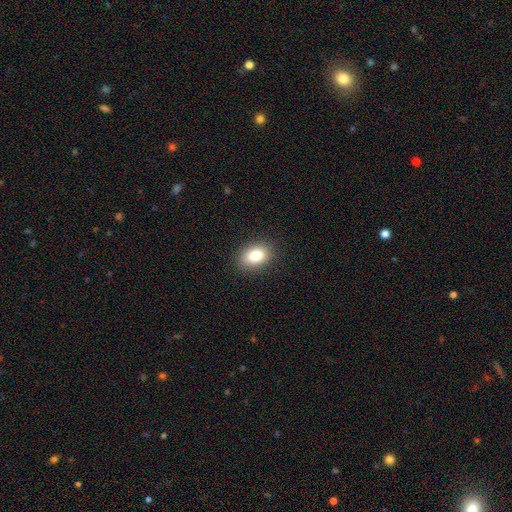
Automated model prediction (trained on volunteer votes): A smooth galaxy with no disk features (85%) that is in between round and cigar-shaped (84%). Merging: none (88%).